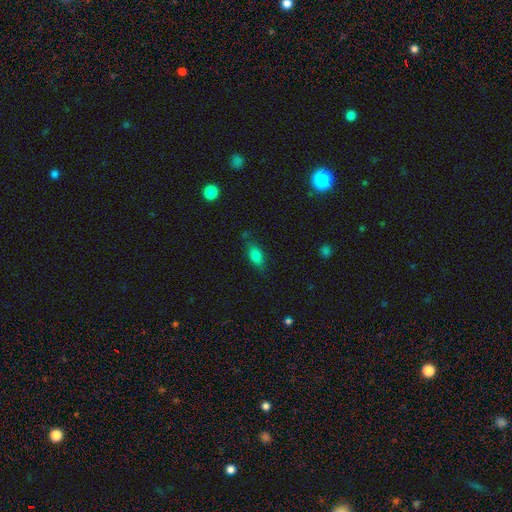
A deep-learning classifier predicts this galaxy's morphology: Overall: smooth (77%). How rounded: in between (80%). Merging: none (75%).